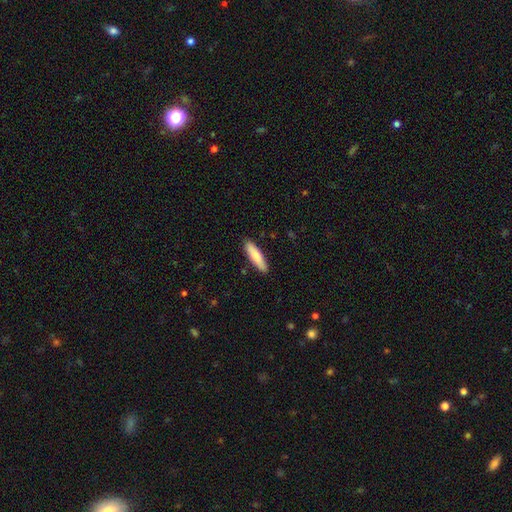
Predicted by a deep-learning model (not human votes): The model was most divided on "how rounded": cigar-shaped: 71%, in between: 28%, round: 1%. More confident: merging — none (89%); smooth or featured — smooth (77%).